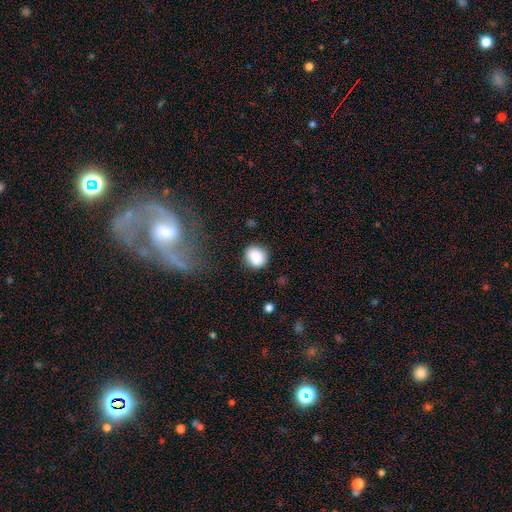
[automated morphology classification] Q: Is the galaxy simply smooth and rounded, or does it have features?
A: smooth — 86%.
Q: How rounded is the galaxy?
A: round — 72%.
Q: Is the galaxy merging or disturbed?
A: none — 76%.